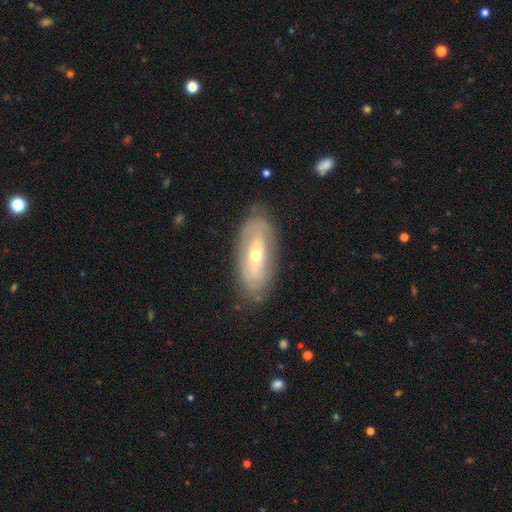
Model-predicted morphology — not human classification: Smooth or featured?
  - featured or disk: 67% *
  - smooth: 27%
  - star or artifact: 6%
Edge-on disk?
  - no: 85% *
  - yes: 15%
Bar?
  - no: 72% *
  - weak: 19%
  - strong: 9%
Spiral arms?
  - no: 51% *
  - yes: 49%
Bulge size?
  - small: 48% * (tied)
  - moderate: 48% * (tied)
  - large: 2%
  - dominant: 1%
  - none: 1%
Merging?
  - none: 81% *
  - minor disturbance: 14%
  - major disturbance: 4%
  - merger: 1%